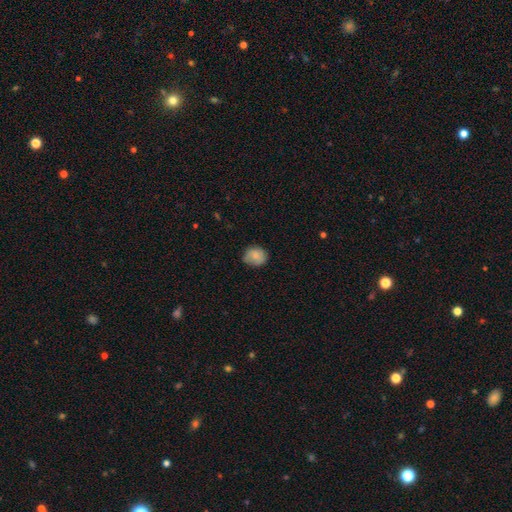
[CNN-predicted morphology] A smooth galaxy with no disk features (79%) that is round (70%). Merging: none (74%).